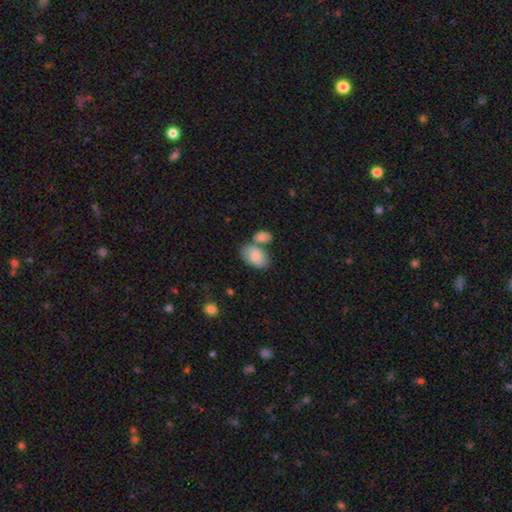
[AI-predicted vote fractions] Morphology: type=smooth (82%); roundness=in between (92%); merging=none (47%).